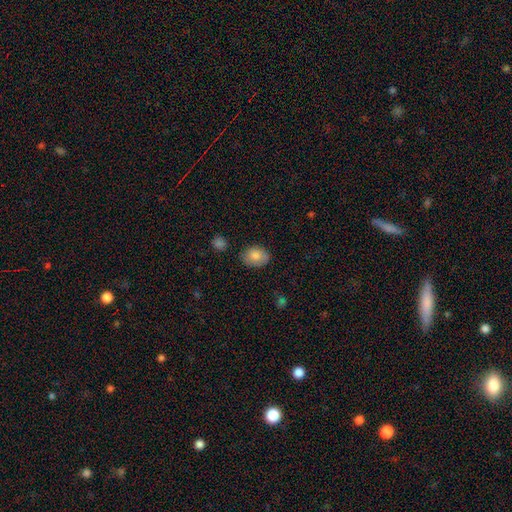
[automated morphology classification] This is clearly a smooth galaxy (84%). How rounded: likely in between (70%). Merging: likely none (73%).